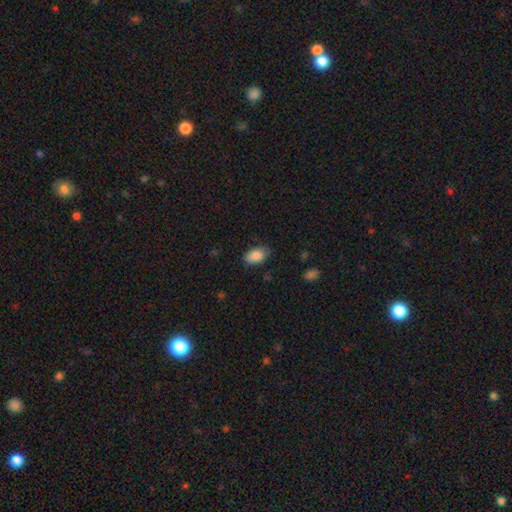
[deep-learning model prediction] smooth 88%, star or artifact 7%, featured or disk 5%. Down the decision tree: how rounded — in between (91%); merging — none (80%).